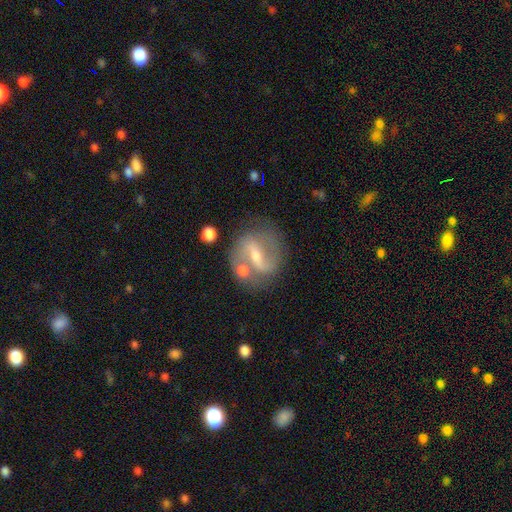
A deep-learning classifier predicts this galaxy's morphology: Smooth or featured? featured or disk (79%)
Edge-on disk? no (96%)
Bar? strong (46%)
Spiral arms? yes (88%)
Spiral winding? medium (47%)
Spiral arm count? 2 (86%)
Bulge size? small (52%)
Merging? none (65%)